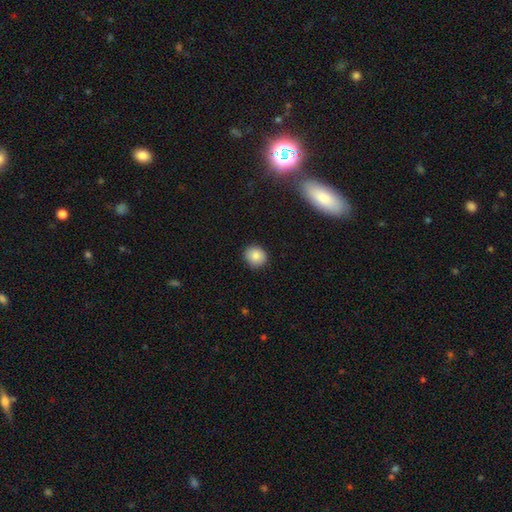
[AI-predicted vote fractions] This is clearly a smooth galaxy (85%). How rounded: clearly round (81%). Merging: clearly none (89%).